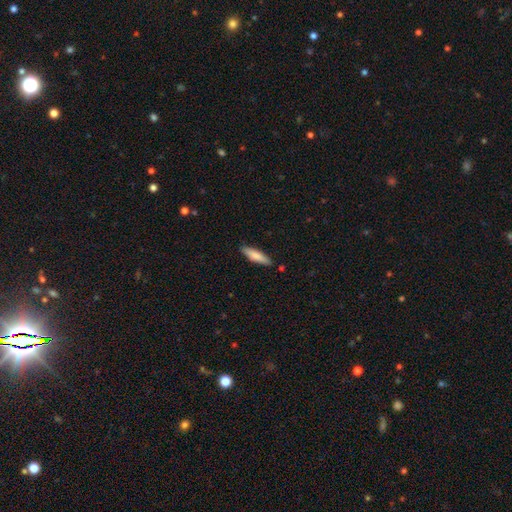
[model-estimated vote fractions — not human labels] Q: Smooth or featured?
A: smooth (79%); runner-up: featured or disk (16%)
Q: How rounded?
A: cigar-shaped (75%); runner-up: in between (24%)
Q: Merging?
A: none (86%); runner-up: minor disturbance (10%)